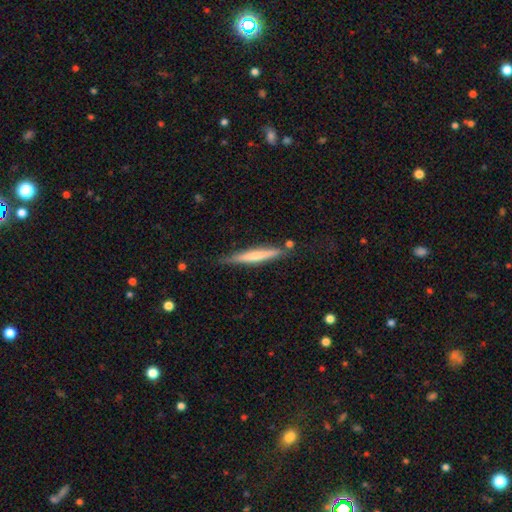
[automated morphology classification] smooth_or_featured: smooth (p=0.52) [alt: featured or disk p=0.43]
how_rounded: cigar-shaped (p=0.95) [alt: in between p=0.04]
merging: none (p=0.78) [alt: minor disturbance p=0.15]